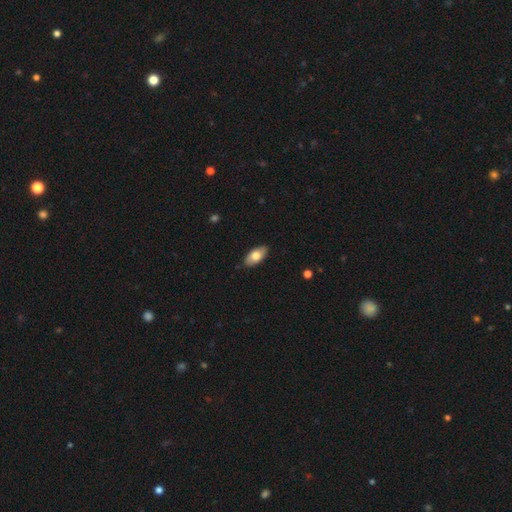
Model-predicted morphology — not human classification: Q: Smooth or featured?
A: smooth (74%); runner-up: featured or disk (20%)
Q: How rounded?
A: in between (92%); runner-up: cigar-shaped (5%)
Q: Merging?
A: none (87%); runner-up: minor disturbance (10%)